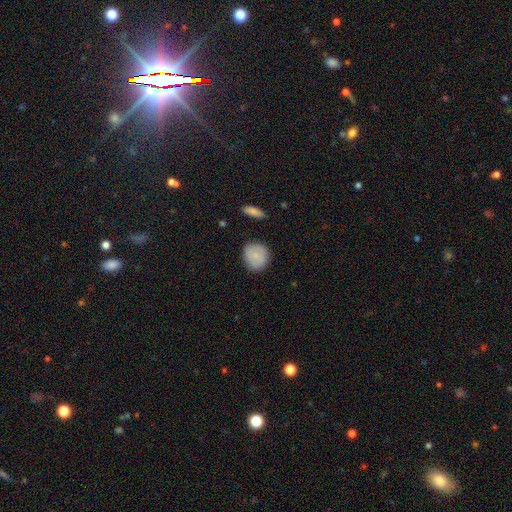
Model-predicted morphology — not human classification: smooth_or_featured: smooth (p=0.81) [alt: featured or disk p=0.12]
how_rounded: round (p=0.84) [alt: in between p=0.14]
merging: none (p=0.82) [alt: minor disturbance p=0.14]